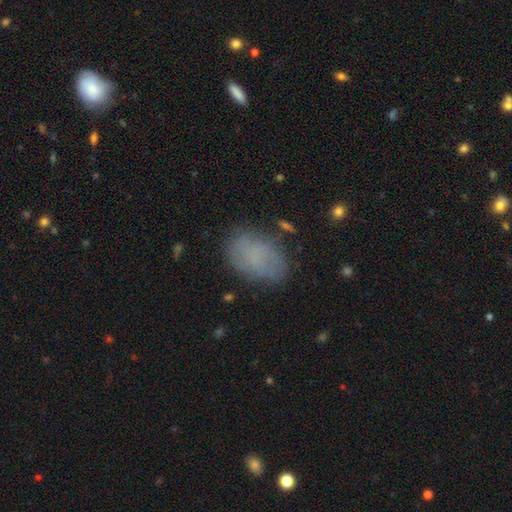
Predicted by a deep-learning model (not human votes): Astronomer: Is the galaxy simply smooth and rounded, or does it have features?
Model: smooth — 71%.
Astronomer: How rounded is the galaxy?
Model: in between — 87%.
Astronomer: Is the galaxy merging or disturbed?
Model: none — 70%.